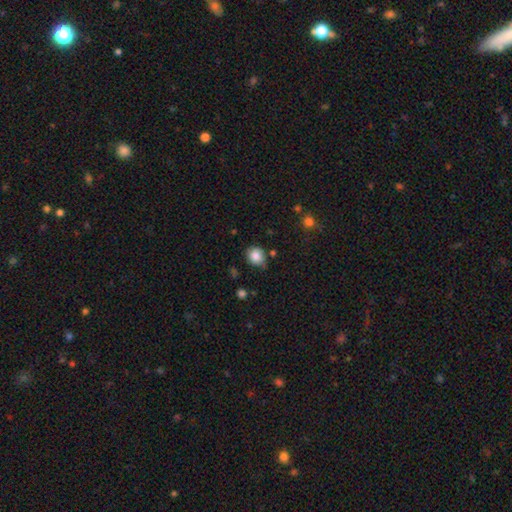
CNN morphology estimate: A smooth galaxy with no disk features (84%) that is round (79%).

Vote fractions:
- Smooth or featured? smooth: 84% / star or artifact: 10% / featured or disk: 6%
- How rounded? round: 79% / in between: 20% / cigar-shaped: 1%
- Merging? none: 65% / minor disturbance: 25% / major disturbance: 5% / merger: 4%